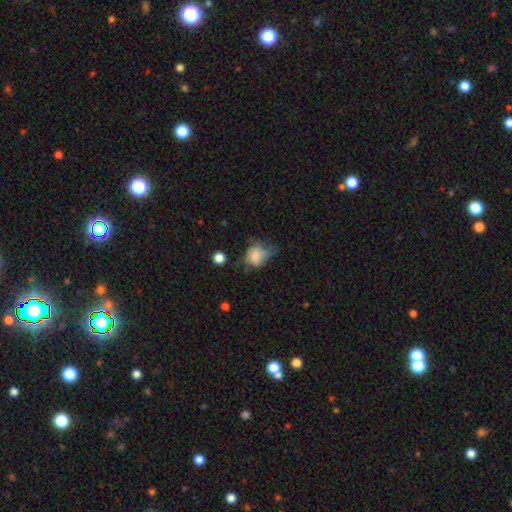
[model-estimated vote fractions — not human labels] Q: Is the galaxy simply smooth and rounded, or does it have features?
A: smooth — 71%.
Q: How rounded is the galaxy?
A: in between — 62%.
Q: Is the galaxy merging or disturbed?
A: minor disturbance — 36%.